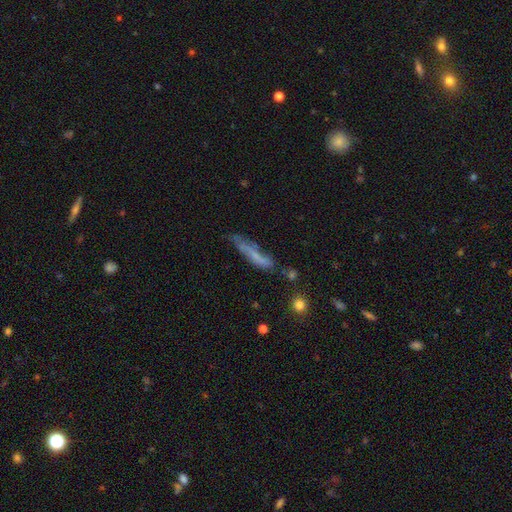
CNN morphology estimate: The model was most divided on "smooth or featured": smooth: 51%, featured or disk: 39%, star or artifact: 10%. More confident: how rounded — cigar-shaped (86%); merging — none (51%).